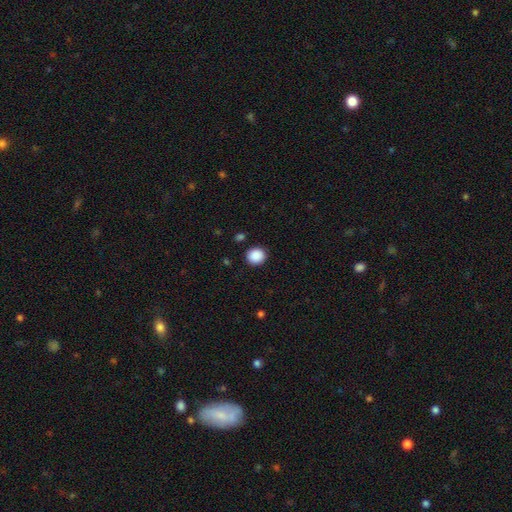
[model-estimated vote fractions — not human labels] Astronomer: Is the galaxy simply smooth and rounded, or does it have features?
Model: smooth — 89%.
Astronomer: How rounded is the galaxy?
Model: round — 83%.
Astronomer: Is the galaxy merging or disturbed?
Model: none — 90%.